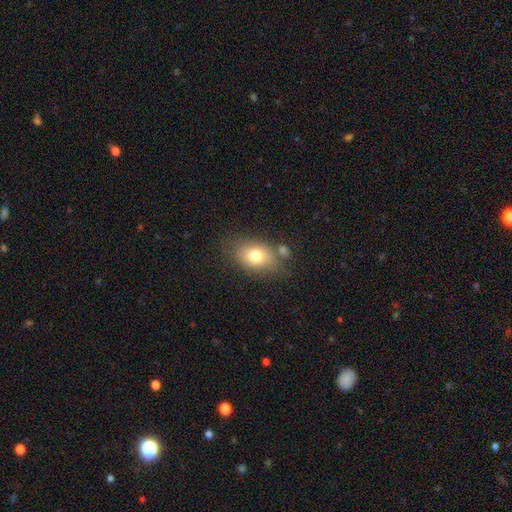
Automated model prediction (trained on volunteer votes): This is likely a smooth galaxy (75%). How rounded: likely in between (78%). Merging: likely none (66%).